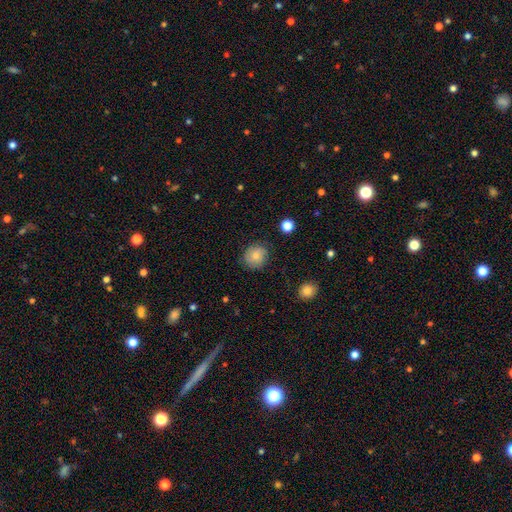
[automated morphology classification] smooth 72%, featured or disk 18%, star or artifact 10%. Down the decision tree: how rounded — round (79%); merging — none (78%).